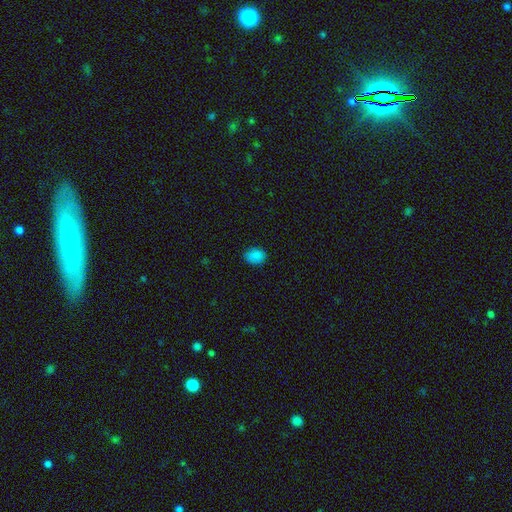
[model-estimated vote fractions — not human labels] smooth-or-featured: smooth: 84% | star or artifact: 12% | featured or disk: 3%
  how-rounded: in between: 65% | round: 34% | cigar-shaped: 1%
  merging: none: 84% | minor disturbance: 13% | major disturbance: 2% | merger: 1%